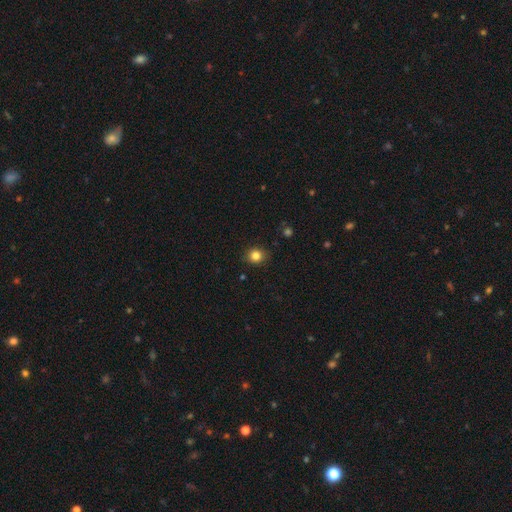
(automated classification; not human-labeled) The model was most divided on "how rounded": round: 78%, in between: 21%, cigar-shaped: 1%. More confident: merging — none (89%); smooth or featured — smooth (83%).